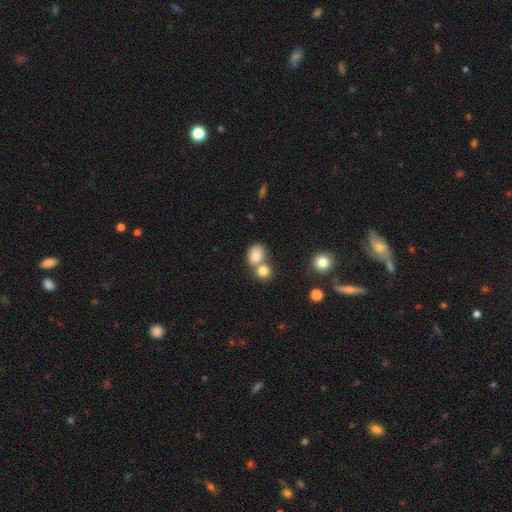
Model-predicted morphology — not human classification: type=smooth (80%); roundness=round (54%); merging=merger (49%).